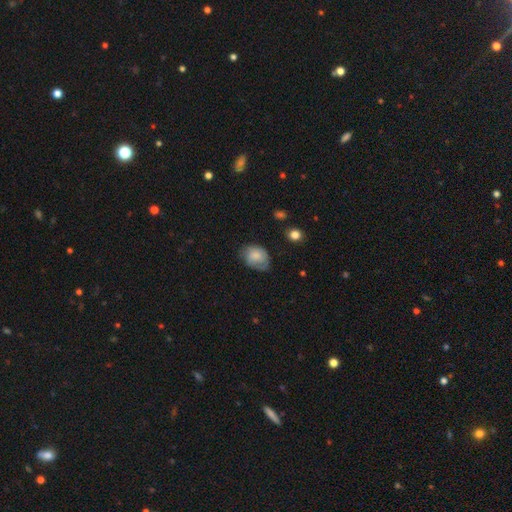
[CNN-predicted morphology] This is likely a smooth galaxy (74%). How rounded: likely in between (68%). Merging: possibly none (54%).